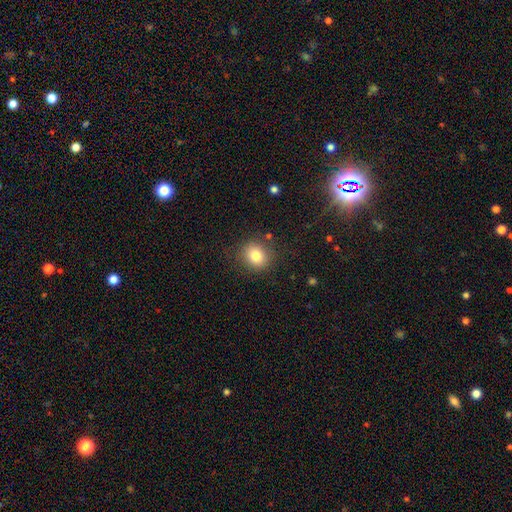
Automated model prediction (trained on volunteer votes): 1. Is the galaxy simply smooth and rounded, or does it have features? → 81% smooth, 11% star or artifact, 8% featured or disk.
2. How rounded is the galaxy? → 79% round, 20% in between, 1% cigar-shaped.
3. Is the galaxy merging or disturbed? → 85% none, 10% minor disturbance, 4% major disturbance, 2% merger.